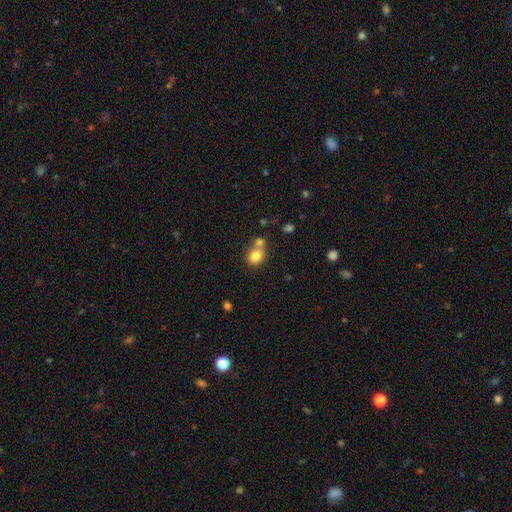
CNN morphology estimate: This is clearly a smooth galaxy (81%). How rounded: likely round (68%). Merging: possibly none (48%).